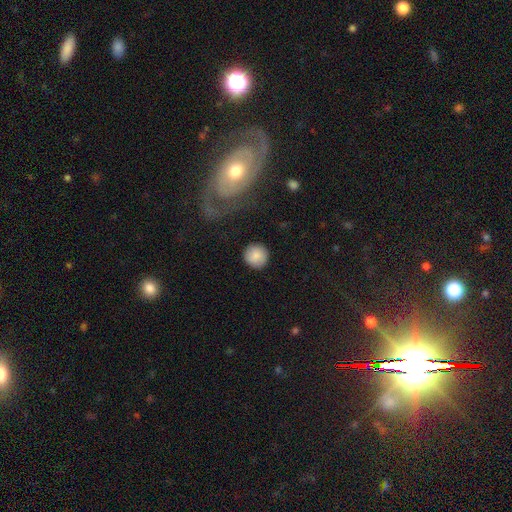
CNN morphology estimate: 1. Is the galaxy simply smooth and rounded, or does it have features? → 86% smooth, 7% star or artifact, 6% featured or disk.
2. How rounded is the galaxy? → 95% round, 4% in between, 1% cigar-shaped.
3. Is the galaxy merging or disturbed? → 89% none, 7% minor disturbance, 2% major disturbance, 1% merger.